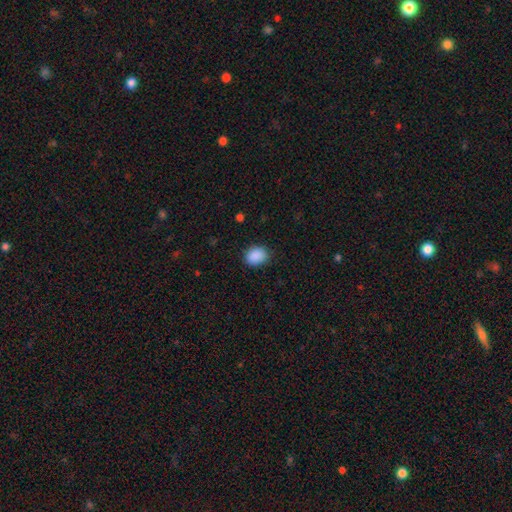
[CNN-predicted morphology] A smooth galaxy with no disk features (89%) that is in between round and cigar-shaped (55%). Merging: none (84%).